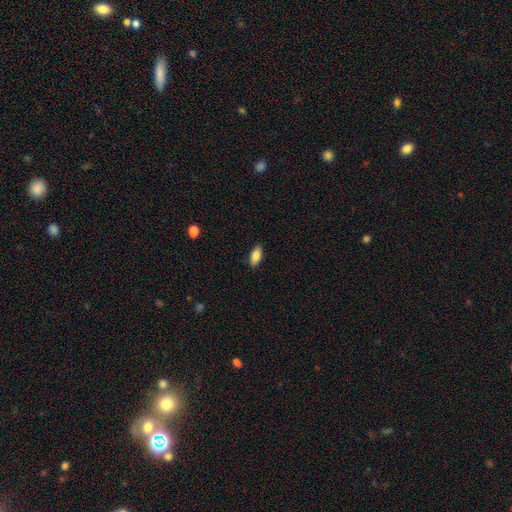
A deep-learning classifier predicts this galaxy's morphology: smooth-or-featured: smooth: 84% | featured or disk: 9% | star or artifact: 7%
  how-rounded: in between: 87% | cigar-shaped: 11% | round: 2%
  merging: none: 88% | minor disturbance: 9% | major disturbance: 2% | merger: 1%